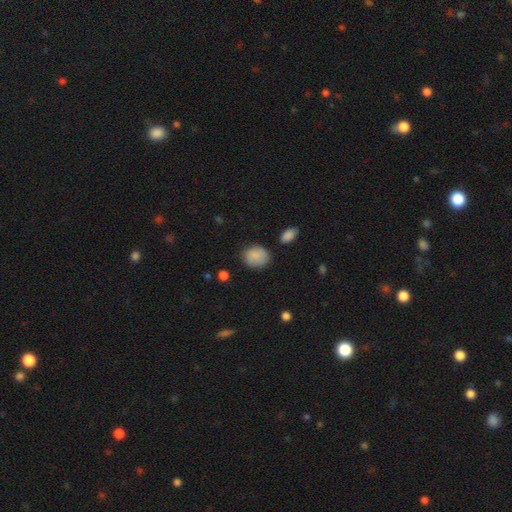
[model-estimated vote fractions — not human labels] This is clearly a smooth galaxy (86%). How rounded: possibly round (55%). Merging: likely none (77%).